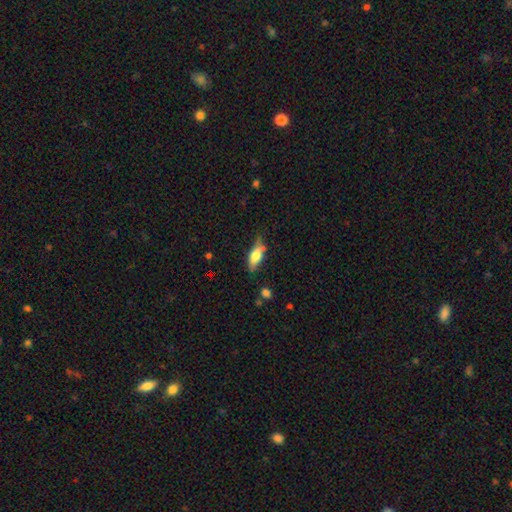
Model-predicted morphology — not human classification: A smooth galaxy with no disk features (63%) that is in between round and cigar-shaped (70%). Merging: none (63%).